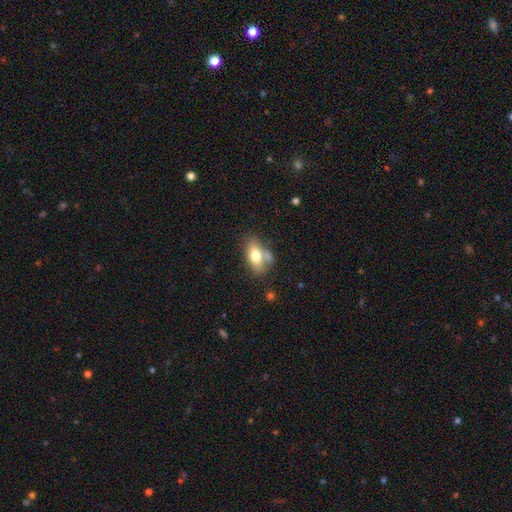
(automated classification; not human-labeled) The model was most divided on "merging": none: 52%, merger: 22%, minor disturbance: 19%, major disturbance: 7%. More confident: how rounded — in between (86%); smooth or featured — smooth (70%).